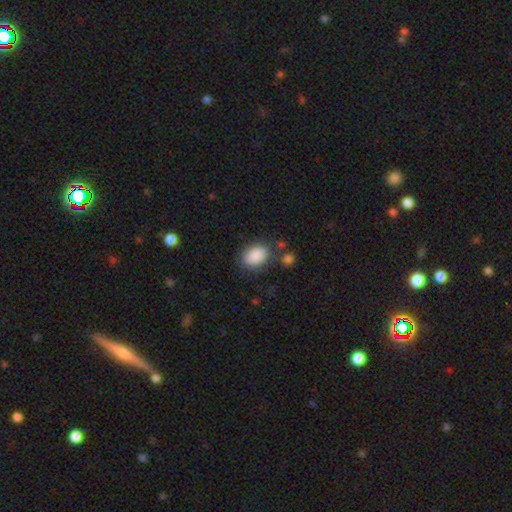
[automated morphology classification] A smooth galaxy with no disk features (88%) that is in between round and cigar-shaped (79%). Merging: none (74%).